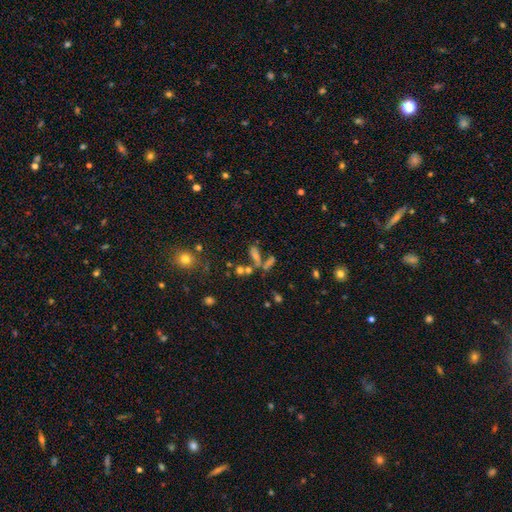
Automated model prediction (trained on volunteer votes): Q: Smooth or featured?
A: smooth (43%); runner-up: star or artifact (32%)
Q: Merging?
A: none (47%); runner-up: merger (29%)